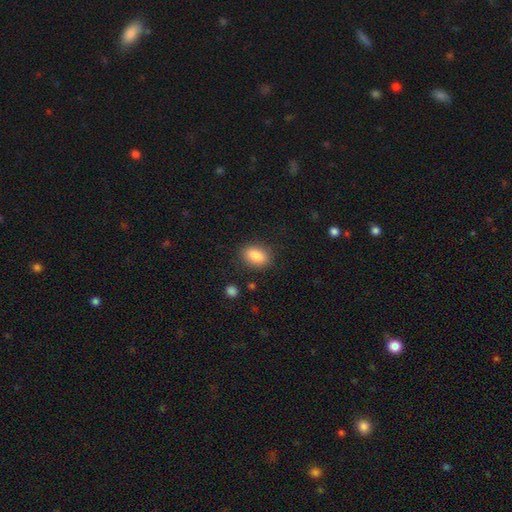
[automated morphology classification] Smooth or featured?
  - smooth: 86% *
  - star or artifact: 8%
  - featured or disk: 6%
How rounded?
  - in between: 86% *
  - round: 11%
  - cigar-shaped: 4%
Merging?
  - none: 84% *
  - minor disturbance: 11%
  - major disturbance: 3%
  - merger: 2%